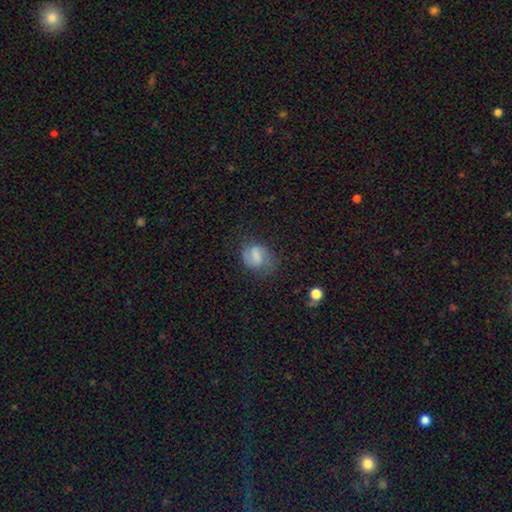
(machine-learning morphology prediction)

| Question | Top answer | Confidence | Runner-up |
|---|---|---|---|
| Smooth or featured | smooth | 56% | featured or disk (35%) |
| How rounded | in between | 53% | round (45%) |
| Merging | none | 57% | minor disturbance (26%) |